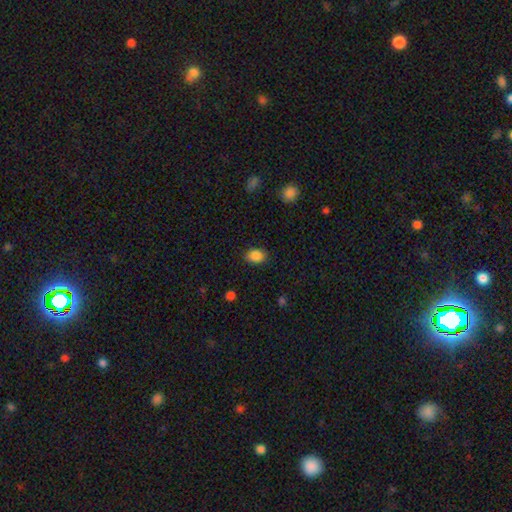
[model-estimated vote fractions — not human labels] Smooth or featured?
  - smooth: 87% *
  - star or artifact: 9%
  - featured or disk: 4%
How rounded?
  - in between: 74% *
  - round: 25%
  - cigar-shaped: 1%
Merging?
  - none: 85% *
  - minor disturbance: 11%
  - major disturbance: 3%
  - merger: 1%